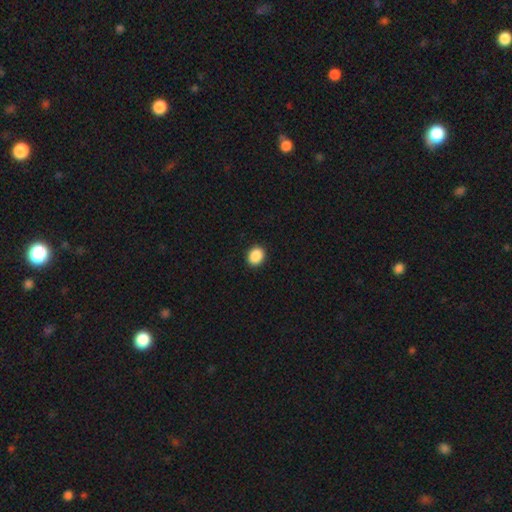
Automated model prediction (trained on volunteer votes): Smooth or featured? smooth (89%)
How rounded? round (55%)
Merging? none (92%)